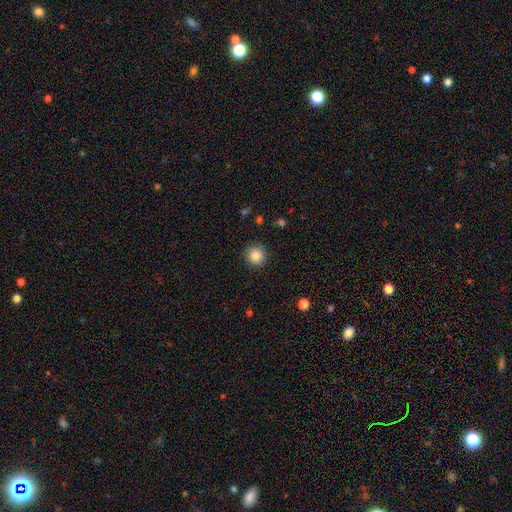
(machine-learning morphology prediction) This is clearly a smooth galaxy (87%). How rounded: clearly round (95%). Merging: clearly none (90%).